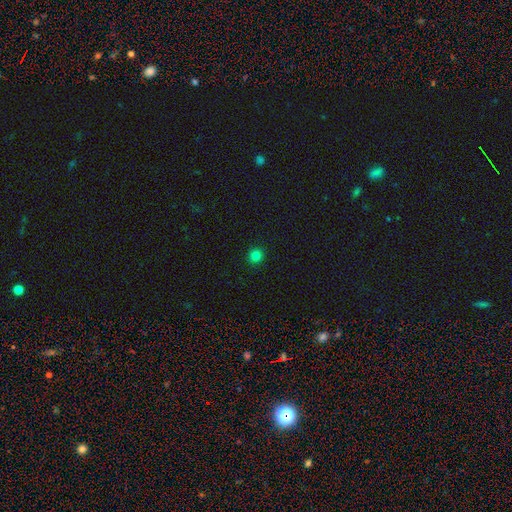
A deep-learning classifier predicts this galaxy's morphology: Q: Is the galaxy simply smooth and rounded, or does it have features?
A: smooth — 82%.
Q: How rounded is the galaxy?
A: round — 94%.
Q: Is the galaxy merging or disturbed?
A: none — 93%.